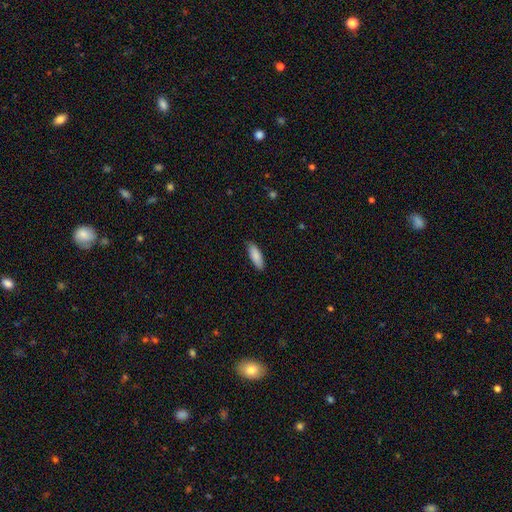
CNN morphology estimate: smooth_or_featured: smooth (p=0.87) [alt: featured or disk p=0.07]
how_rounded: in between (p=0.63) [alt: cigar-shaped p=0.36]
merging: none (p=0.85) [alt: minor disturbance p=0.12]